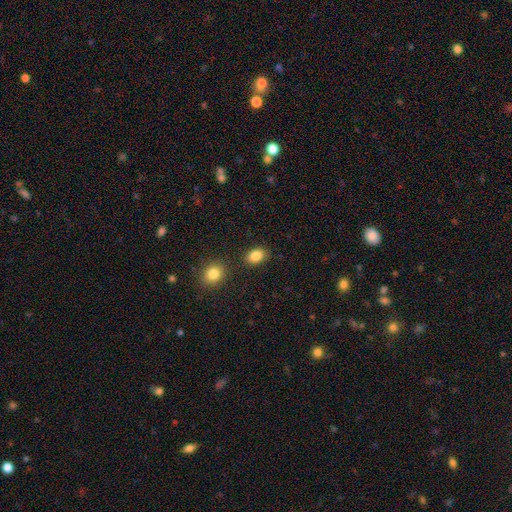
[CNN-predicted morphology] Smooth or featured?
  - smooth: 87% *
  - star or artifact: 9%
  - featured or disk: 5%
How rounded?
  - in between: 78% *
  - round: 21%
  - cigar-shaped: 1%
Merging?
  - none: 83% *
  - minor disturbance: 10%
  - merger: 5%
  - major disturbance: 3%